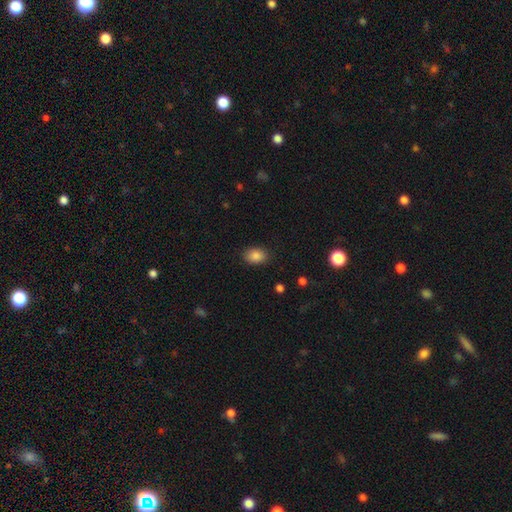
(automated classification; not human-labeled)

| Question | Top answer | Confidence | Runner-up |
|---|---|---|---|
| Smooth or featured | smooth | 87% | star or artifact (9%) |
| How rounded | in between | 81% | round (18%) |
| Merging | none | 87% | minor disturbance (10%) |